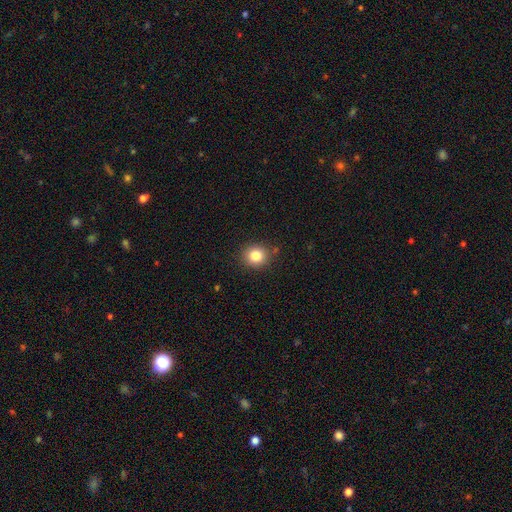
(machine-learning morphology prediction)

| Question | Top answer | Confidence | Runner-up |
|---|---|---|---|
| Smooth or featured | smooth | 82% | star or artifact (11%) |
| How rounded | round | 85% | in between (14%) |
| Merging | none | 87% | minor disturbance (9%) |